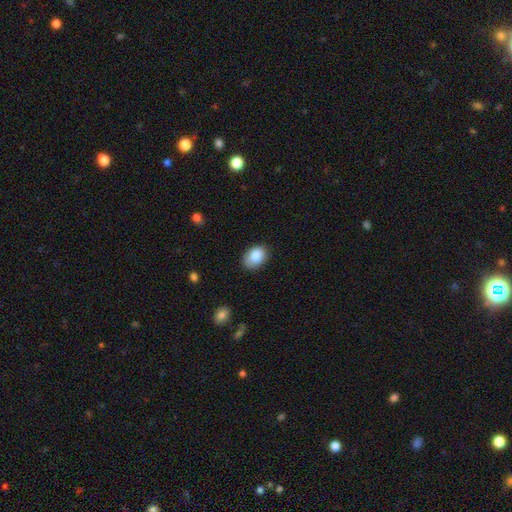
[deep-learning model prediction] Smooth or featured?
  - smooth: 85% *
  - star or artifact: 8%
  - featured or disk: 7%
How rounded?
  - in between: 79% *
  - round: 20%
  - cigar-shaped: 1%
Merging?
  - none: 79% *
  - minor disturbance: 17%
  - major disturbance: 3%
  - merger: 1%